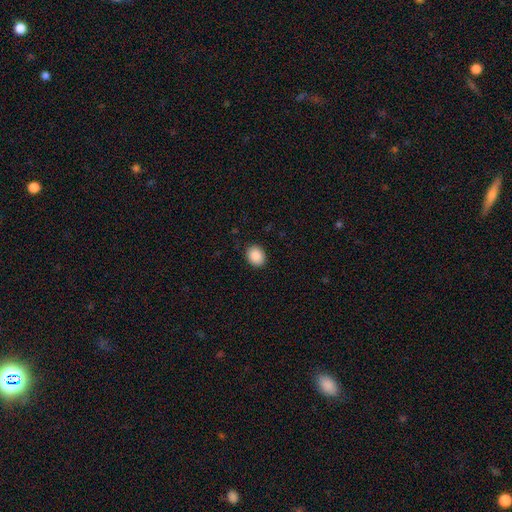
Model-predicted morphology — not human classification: smooth-or-featured: smooth: 89% | star or artifact: 8% | featured or disk: 3%
  how-rounded: round: 53% | in between: 46% | cigar-shaped: 1%
  merging: none: 90% | minor disturbance: 7% | major disturbance: 2% | merger: 1%